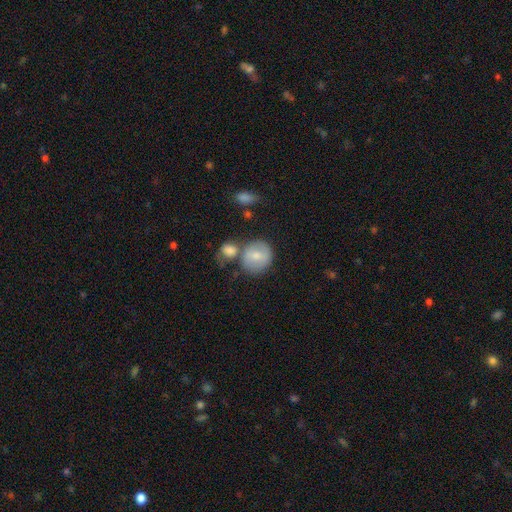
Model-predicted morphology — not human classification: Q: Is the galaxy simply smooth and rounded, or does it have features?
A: smooth — 69%.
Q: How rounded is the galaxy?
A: round — 79%.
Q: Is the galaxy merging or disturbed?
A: none — 51%.